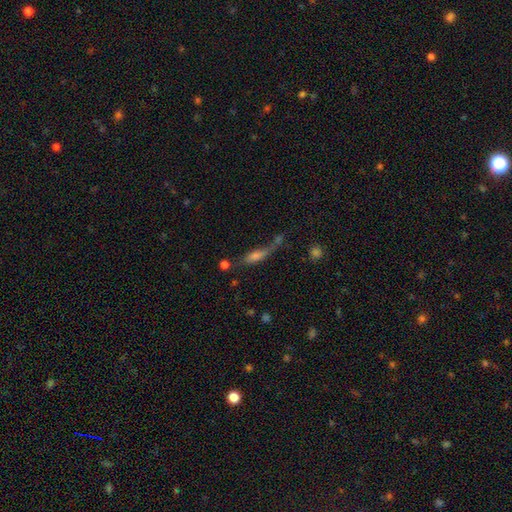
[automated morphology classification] smooth 52%, featured or disk 32%, star or artifact 15%. Down the decision tree: how rounded — cigar-shaped (56%); merging — none (38%).